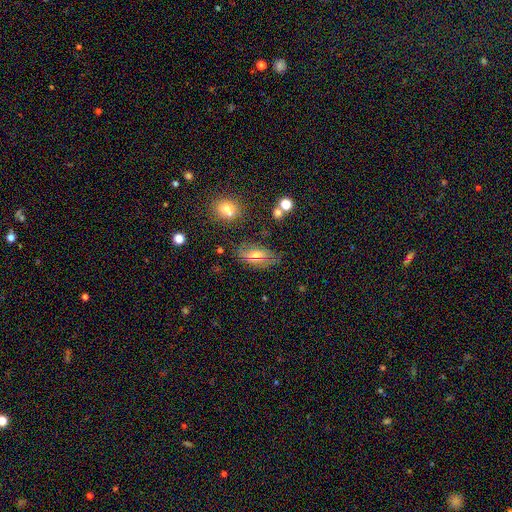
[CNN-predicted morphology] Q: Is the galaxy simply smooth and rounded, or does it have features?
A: smooth — 43%.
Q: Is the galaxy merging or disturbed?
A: none — 66%.